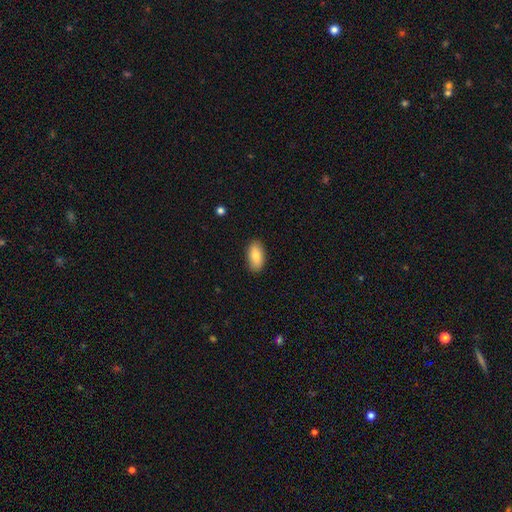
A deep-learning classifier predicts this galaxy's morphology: The model was most divided on "smooth or featured": smooth: 81%, featured or disk: 12%, star or artifact: 7%. More confident: how rounded — in between (92%); merging — none (87%).